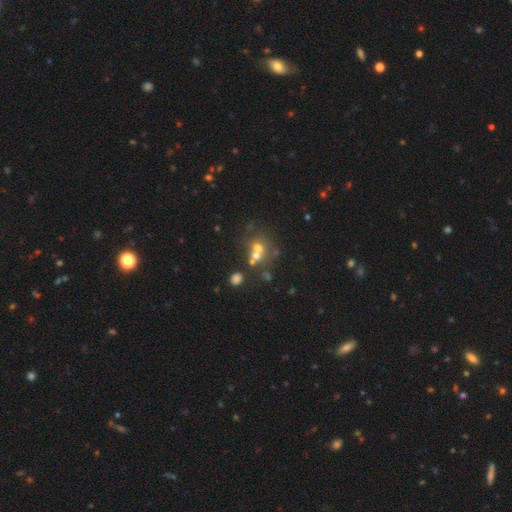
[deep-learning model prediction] Smooth or featured? smooth (56%)
How rounded? round (77%)
Merging? merger (46%)